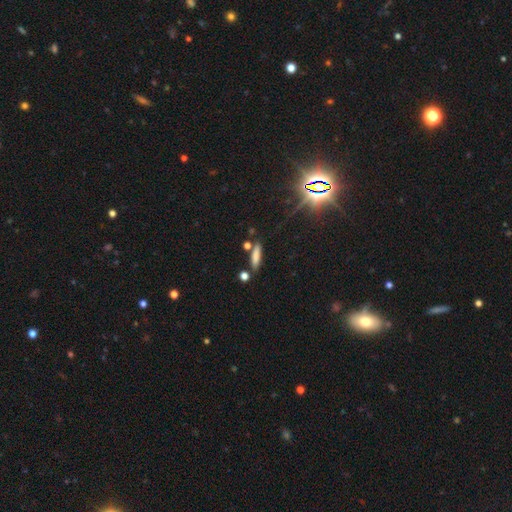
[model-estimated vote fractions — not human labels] This appears to be a smooth galaxy with no disk features (77%) that is cigar-shaped (75%). Merging: none (75%).